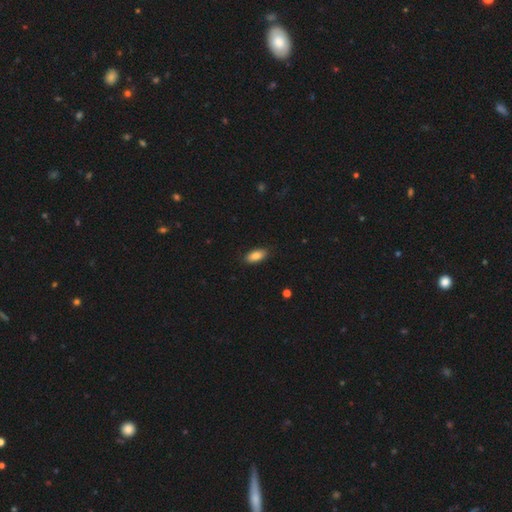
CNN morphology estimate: A smooth galaxy with no disk features (85%) that is in between round and cigar-shaped (89%). Merging: none (85%).